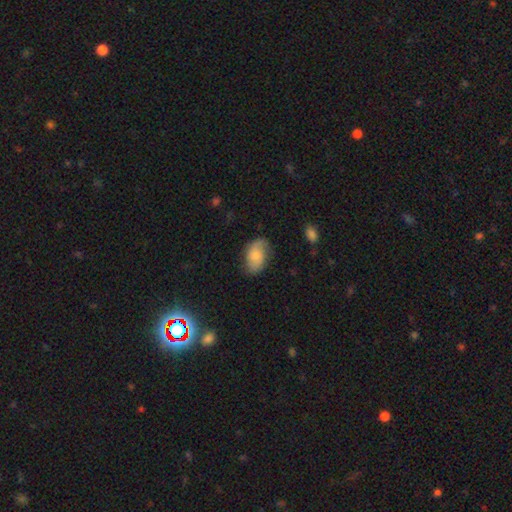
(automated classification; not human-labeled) Smooth or featured: smooth — 57% (featured or disk — 35%)
How rounded: in between — 90% (round — 9%)
Merging: none — 68% (minor disturbance — 23%)